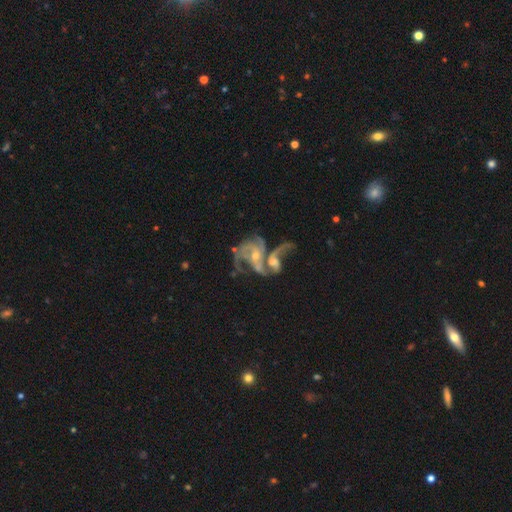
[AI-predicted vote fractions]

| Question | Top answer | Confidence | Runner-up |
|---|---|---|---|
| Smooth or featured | featured or disk | 83% | star or artifact (9%) |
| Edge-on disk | no | 97% | yes (3%) |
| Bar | no | 61% | weak (30%) |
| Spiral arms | yes | 91% | no (9%) |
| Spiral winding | medium | 45% | loose (31%) |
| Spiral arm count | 2 | 32% | 3 (26%) |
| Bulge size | small | 53% | moderate (39%) |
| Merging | merger | 57% | none (19%) |